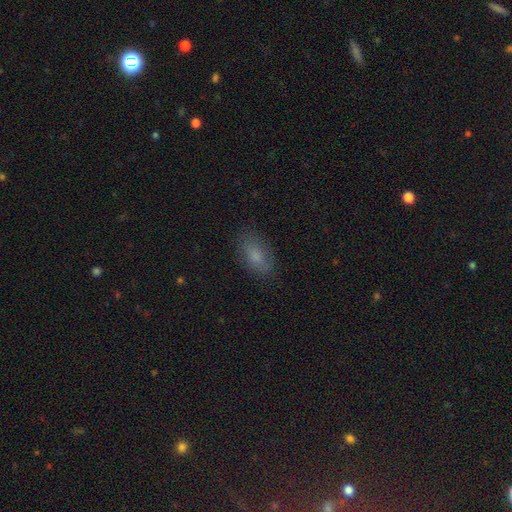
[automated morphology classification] type=smooth (77%); roundness=in between (89%); merging=none (80%).